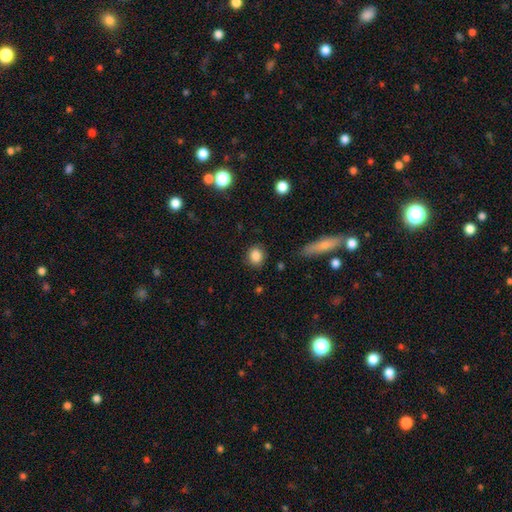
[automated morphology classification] Smooth or featured? Predicted: smooth (p=0.86). How rounded? Predicted: round (p=0.80). Merging? Predicted: none (p=0.87).